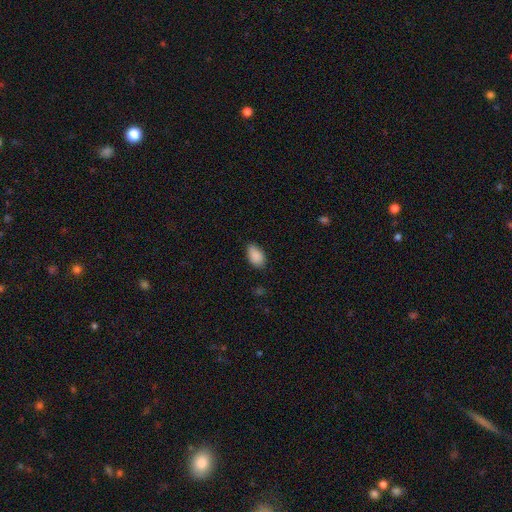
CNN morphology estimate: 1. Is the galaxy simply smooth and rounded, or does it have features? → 89% smooth, 7% star or artifact, 4% featured or disk.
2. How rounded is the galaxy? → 92% in between, 6% round, 2% cigar-shaped.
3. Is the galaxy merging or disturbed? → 74% none, 21% minor disturbance, 4% major disturbance, 1% merger.